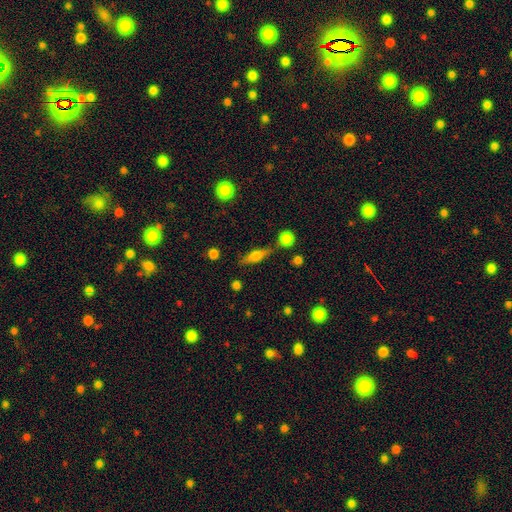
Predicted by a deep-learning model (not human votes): Morphology: type=smooth (51%); roundness=cigar-shaped (51%); merging=none (75%).